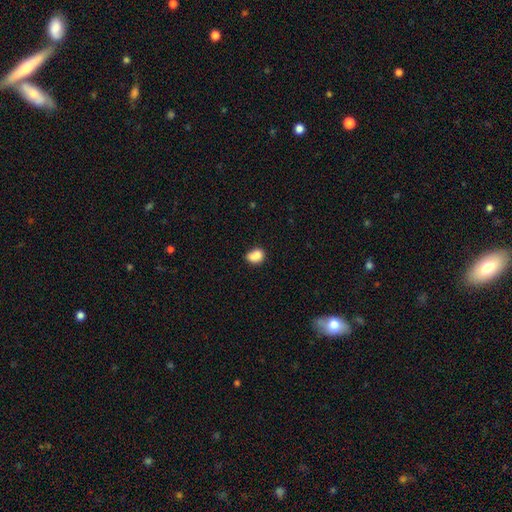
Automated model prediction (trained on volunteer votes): Morphology: type=smooth (81%); roundness=in between (57%); merging=none (43%).